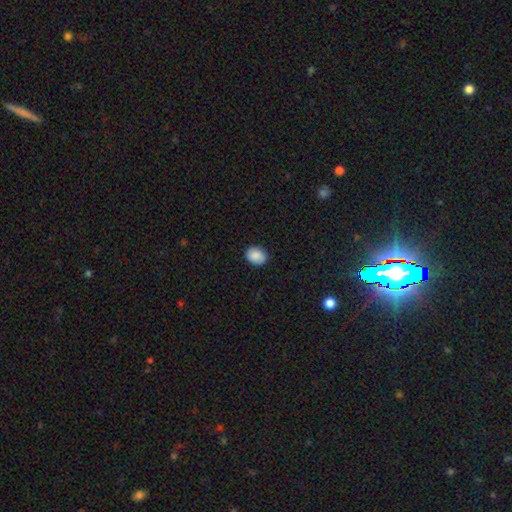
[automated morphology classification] Smooth or featured: smooth — 89% (star or artifact — 8%)
How rounded: in between — 58% (round — 41%)
Merging: none — 88% (minor disturbance — 9%)